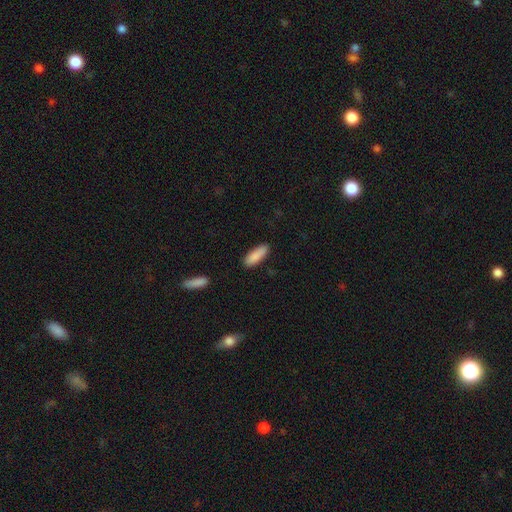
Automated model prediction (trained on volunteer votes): smooth_or_featured: smooth (p=0.88) [alt: featured or disk p=0.06]
how_rounded: in between (p=0.58) [alt: cigar-shaped p=0.40]
merging: none (p=0.86) [alt: minor disturbance p=0.10]